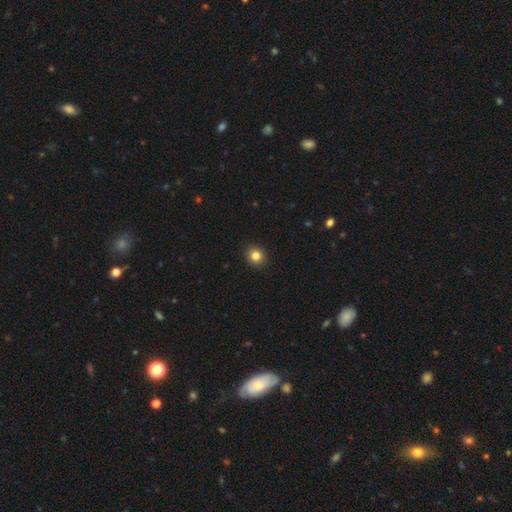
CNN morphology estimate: A smooth galaxy with no disk features (84%) that is round (83%). Merging: none (91%).